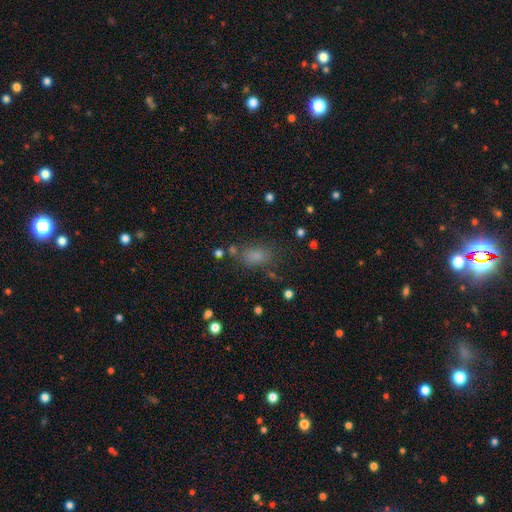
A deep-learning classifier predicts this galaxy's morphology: A smooth galaxy with no disk features (75%) that is in between round and cigar-shaped (82%).

Vote fractions:
- Smooth or featured? smooth: 75% / star or artifact: 17% / featured or disk: 8%
- How rounded? in between: 82% / round: 14% / cigar-shaped: 3%
- Merging? none: 69% / minor disturbance: 17% / major disturbance: 8% / merger: 6%